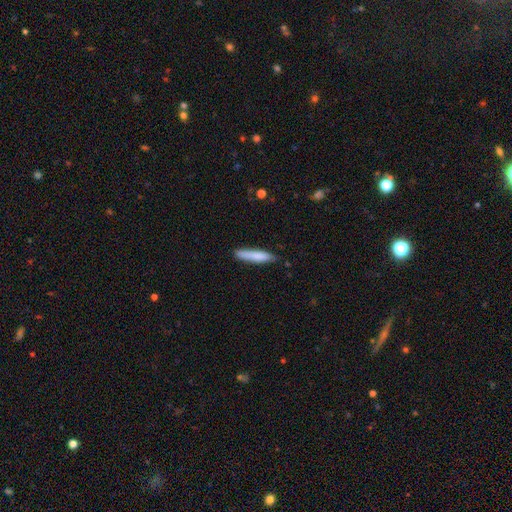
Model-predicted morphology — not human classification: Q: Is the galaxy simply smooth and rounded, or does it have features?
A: smooth — 79%.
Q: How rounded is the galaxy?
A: cigar-shaped — 90%.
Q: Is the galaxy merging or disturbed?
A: none — 80%.